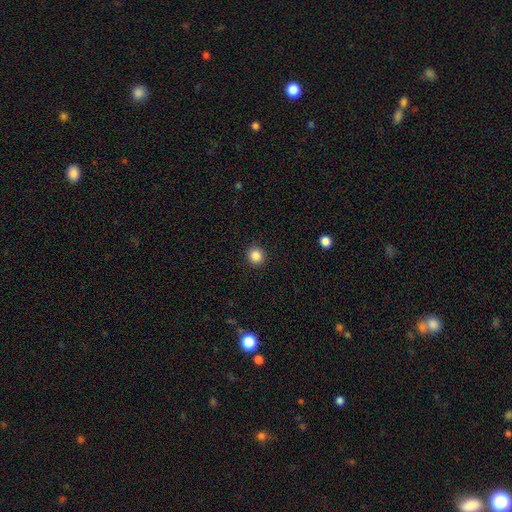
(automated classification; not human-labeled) smooth 86%, star or artifact 11%, featured or disk 4%. Down the decision tree: how rounded — round (91%); merging — none (92%).